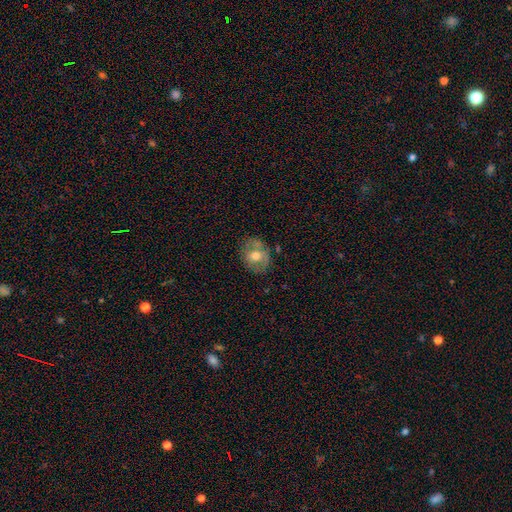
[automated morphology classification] smooth_or_featured: smooth (p=0.55) [alt: featured or disk p=0.36]
how_rounded: round (p=0.65) [alt: in between p=0.34]
merging: none (p=0.72) [alt: minor disturbance p=0.19]